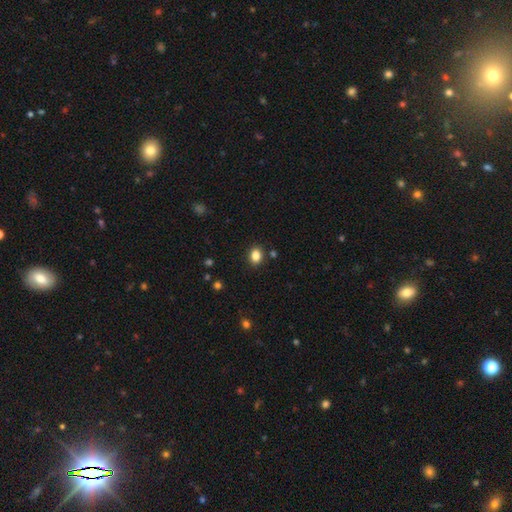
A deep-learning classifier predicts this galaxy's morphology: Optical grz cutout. It shows a smooth galaxy with no disk features (84%) that is in between round and cigar-shaped (56%). Merging: none (87%).